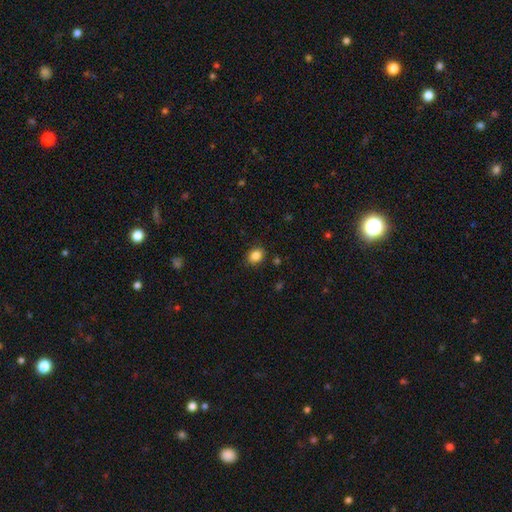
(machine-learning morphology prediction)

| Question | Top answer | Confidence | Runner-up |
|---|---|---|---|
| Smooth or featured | smooth | 86% | star or artifact (10%) |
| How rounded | in between | 51% | round (48%) |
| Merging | none | 87% | minor disturbance (9%) |